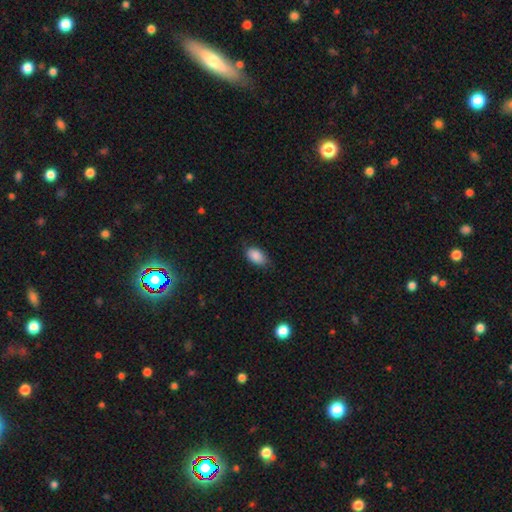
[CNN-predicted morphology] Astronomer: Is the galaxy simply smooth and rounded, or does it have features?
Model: smooth — 87%.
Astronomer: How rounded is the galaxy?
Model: in between — 91%.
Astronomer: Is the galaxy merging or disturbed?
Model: none — 73%.